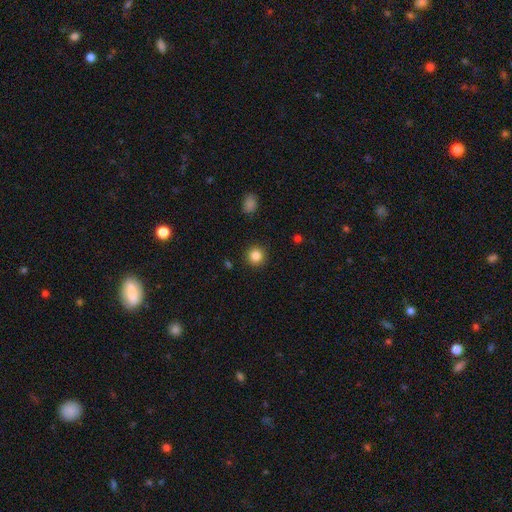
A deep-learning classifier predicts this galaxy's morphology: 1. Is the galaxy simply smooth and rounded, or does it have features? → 84% smooth, 11% star or artifact, 5% featured or disk.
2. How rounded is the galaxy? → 94% round, 5% in between, 1% cigar-shaped.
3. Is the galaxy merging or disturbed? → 91% none, 5% minor disturbance, 2% major disturbance, 1% merger.